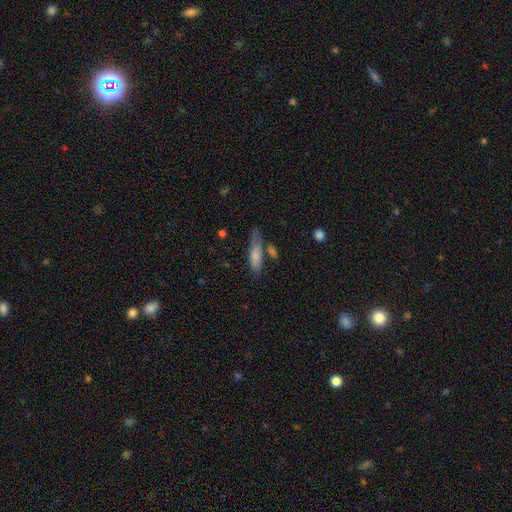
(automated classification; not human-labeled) smooth-or-featured: smooth: 75% | featured or disk: 19% | star or artifact: 6%
  how-rounded: cigar-shaped: 57% | in between: 41% | round: 2%
  merging: none: 53% | minor disturbance: 24% | merger: 14% | major disturbance: 9%